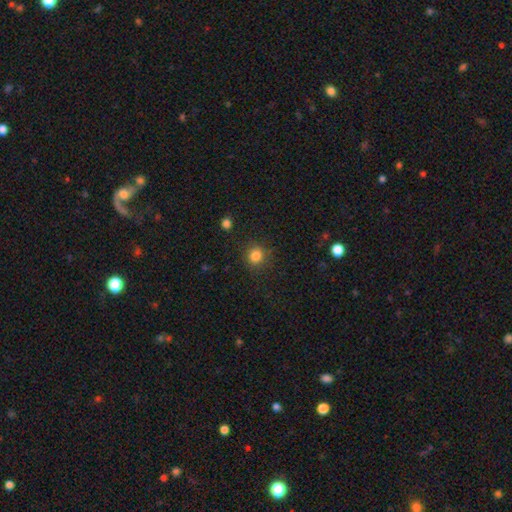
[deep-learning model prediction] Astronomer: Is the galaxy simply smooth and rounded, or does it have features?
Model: smooth — 83%.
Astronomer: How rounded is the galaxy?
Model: round — 87%.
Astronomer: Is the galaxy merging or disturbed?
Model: none — 87%.